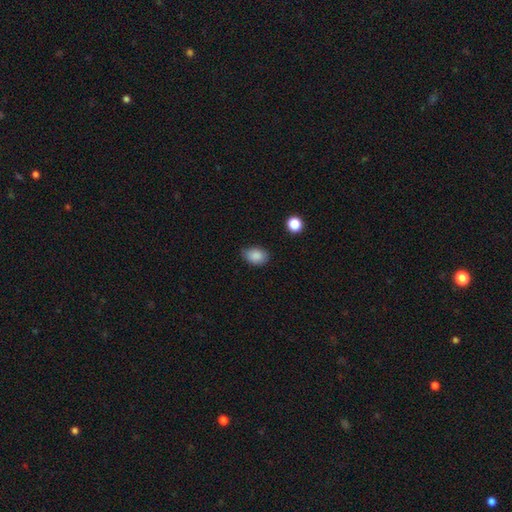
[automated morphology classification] Smooth or featured: smooth — 87% (star or artifact — 9%)
How rounded: in between — 78% (round — 21%)
Merging: none — 75% (minor disturbance — 20%)